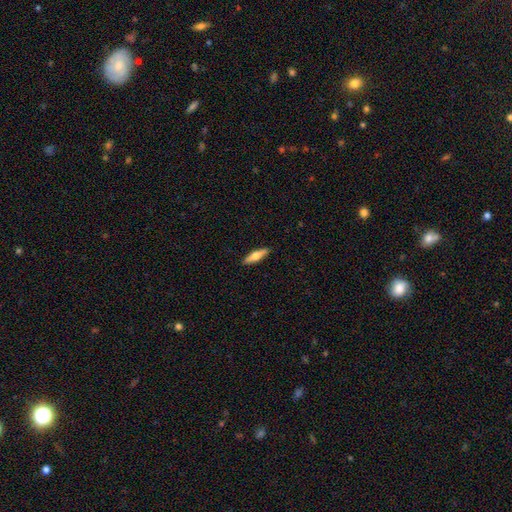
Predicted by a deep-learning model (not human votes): A smooth galaxy with no disk features (57%) that is cigar-shaped (66%). Merging: none (91%).